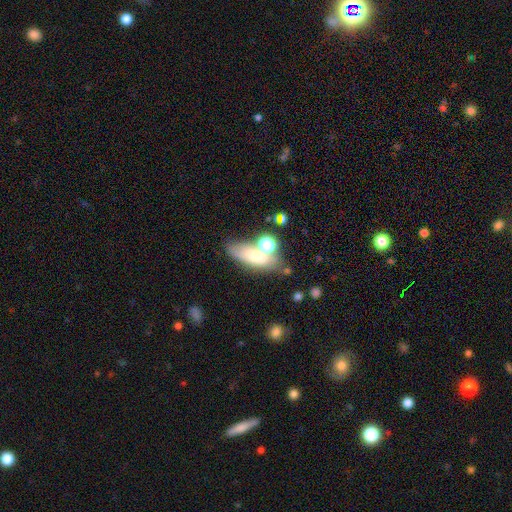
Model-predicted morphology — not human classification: Smooth or featured? smooth (57%)
How rounded? in between (61%)
Merging? none (49%)